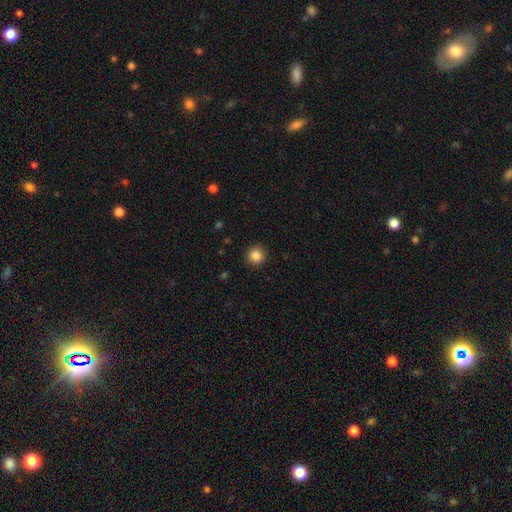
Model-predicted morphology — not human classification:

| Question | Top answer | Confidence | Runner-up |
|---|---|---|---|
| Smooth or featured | smooth | 86% | star or artifact (10%) |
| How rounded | round | 95% | in between (4%) |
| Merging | none | 93% | minor disturbance (5%) |